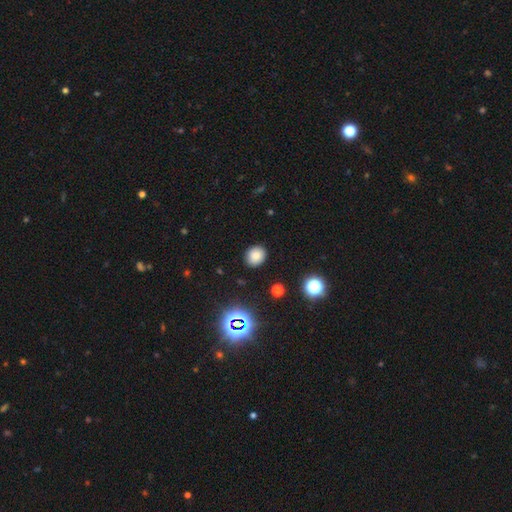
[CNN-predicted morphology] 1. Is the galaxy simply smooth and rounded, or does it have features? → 80% smooth, 14% star or artifact, 6% featured or disk.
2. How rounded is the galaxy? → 62% round, 37% in between, 1% cigar-shaped.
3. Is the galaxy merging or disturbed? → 88% none, 9% minor disturbance, 2% major disturbance, 1% merger.